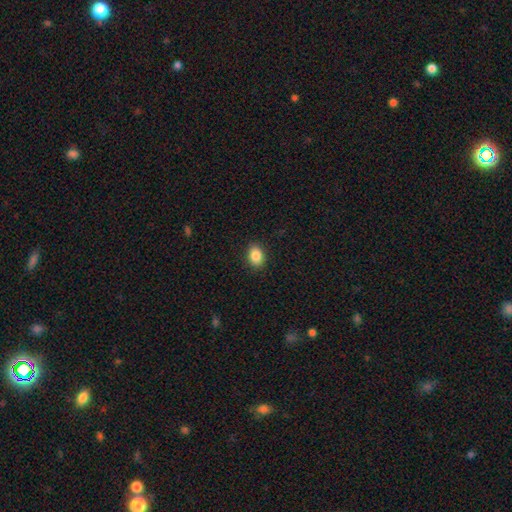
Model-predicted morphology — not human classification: The model was most divided on "how rounded": in between: 74%, round: 25%, cigar-shaped: 1%. More confident: merging — none (89%); smooth or featured — smooth (86%).